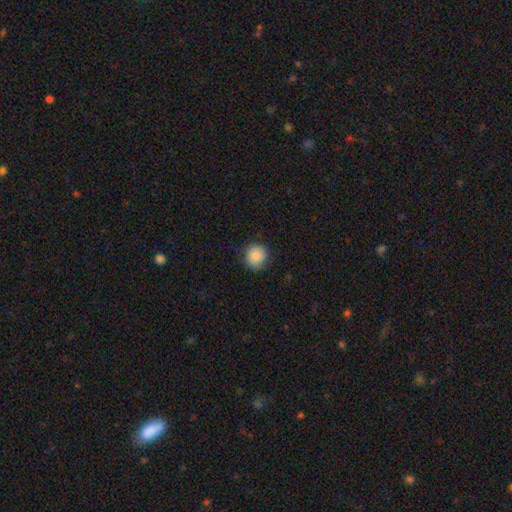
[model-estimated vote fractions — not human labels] The model was most divided on "merging": none: 84%, minor disturbance: 13%, major disturbance: 3%, merger: 1%. More confident: how rounded — round (88%); smooth or featured — smooth (87%).